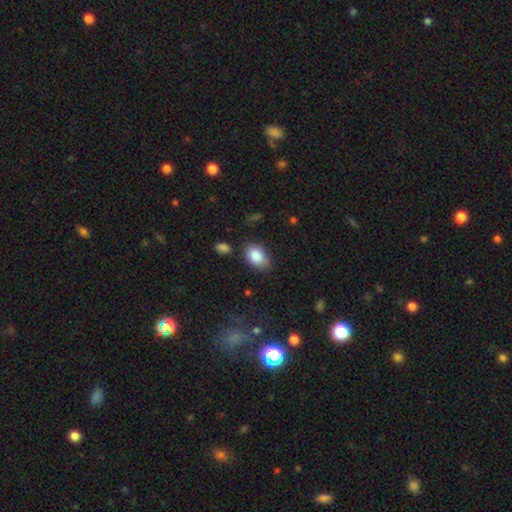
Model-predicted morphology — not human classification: Smooth or featured?
  - smooth: 85% *
  - star or artifact: 7%
  - featured or disk: 7%
How rounded?
  - in between: 86% *
  - round: 13%
  - cigar-shaped: 1%
Merging?
  - none: 73% *
  - minor disturbance: 19%
  - major disturbance: 4%
  - merger: 3%